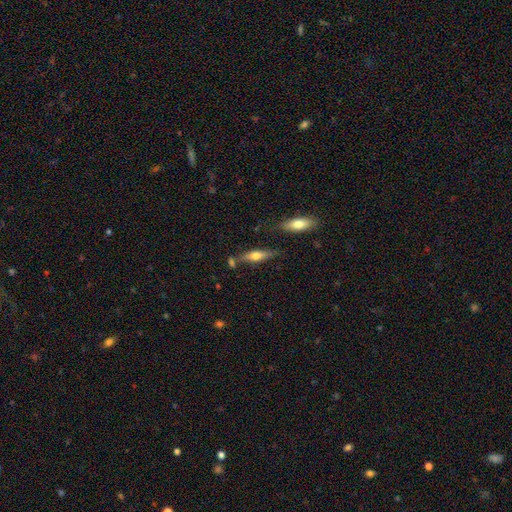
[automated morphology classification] Smooth or featured: smooth — 54% (featured or disk — 39%)
How rounded: cigar-shaped — 61% (in between — 36%)
Merging: none — 64% (minor disturbance — 17%)